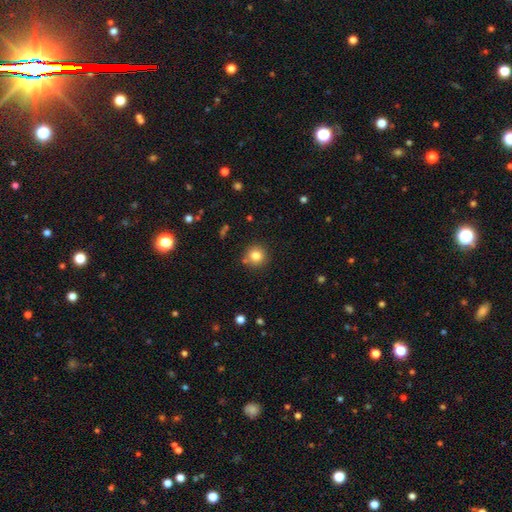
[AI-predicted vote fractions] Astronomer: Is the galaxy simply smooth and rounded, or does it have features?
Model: smooth — 81%.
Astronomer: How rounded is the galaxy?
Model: round — 94%.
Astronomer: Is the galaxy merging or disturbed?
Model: none — 83%.